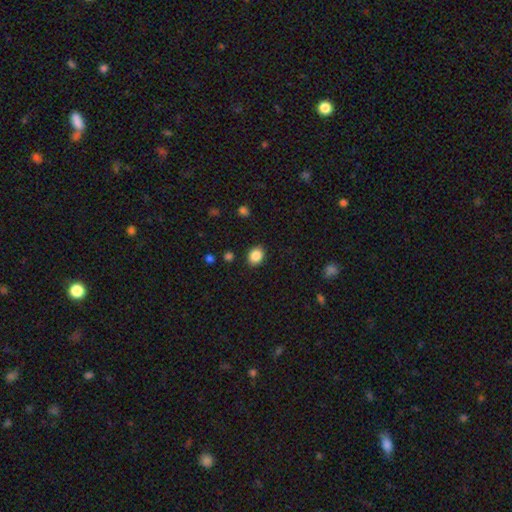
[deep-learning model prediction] smooth-or-featured: smooth: 86% | star or artifact: 9% | featured or disk: 5%
  how-rounded: round: 50% | in between: 49% | cigar-shaped: 1%
  merging: none: 88% | minor disturbance: 8% | major disturbance: 2% | merger: 1%